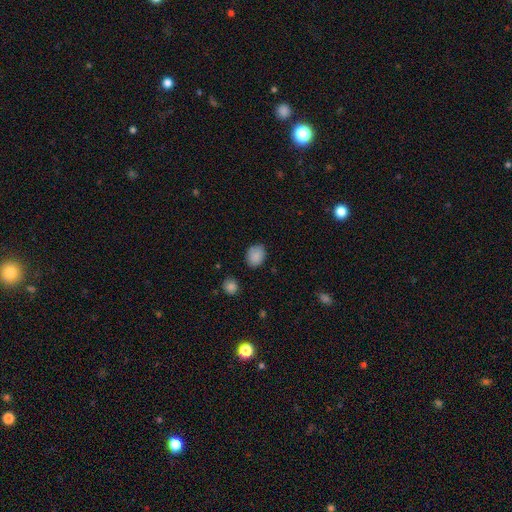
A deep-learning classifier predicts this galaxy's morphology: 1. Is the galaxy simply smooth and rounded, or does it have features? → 87% smooth, 9% star or artifact, 4% featured or disk.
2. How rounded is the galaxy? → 62% in between, 37% round, 1% cigar-shaped.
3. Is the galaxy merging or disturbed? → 82% none, 13% minor disturbance, 3% major disturbance, 2% merger.